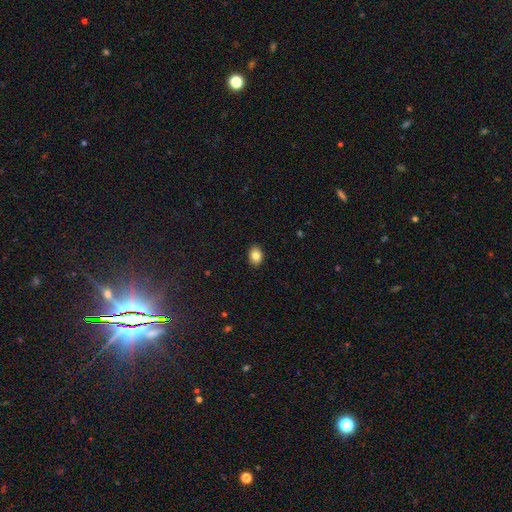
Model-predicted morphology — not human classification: Smooth or featured? Predicted: smooth (p=0.84). How rounded? Predicted: in between (p=0.69). Merging? Predicted: none (p=0.90).